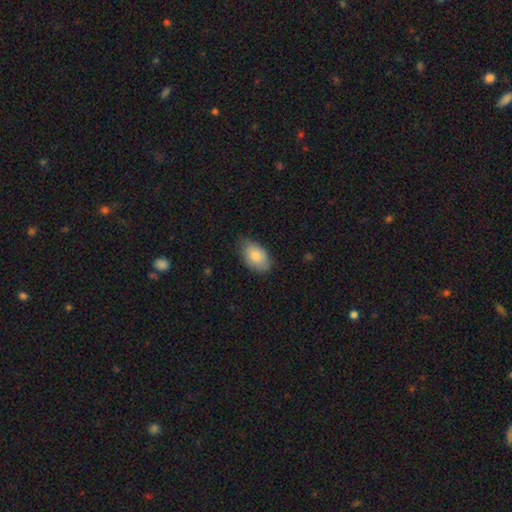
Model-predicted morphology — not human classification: Overall: smooth (80%). How rounded: in between (92%). Merging: none (71%).